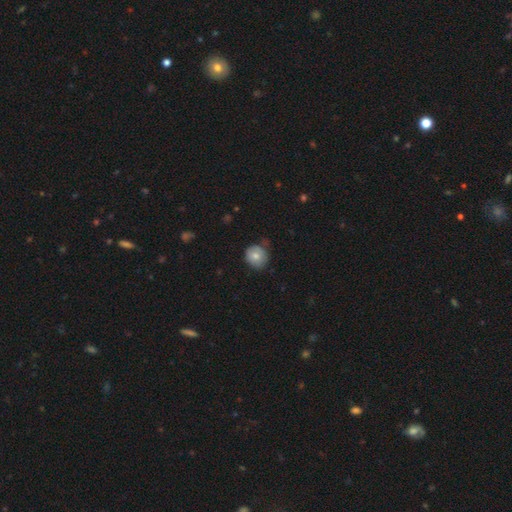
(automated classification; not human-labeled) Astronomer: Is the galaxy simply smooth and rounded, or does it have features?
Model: smooth — 74%.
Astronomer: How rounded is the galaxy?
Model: round — 84%.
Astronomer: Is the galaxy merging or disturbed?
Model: none — 66%.